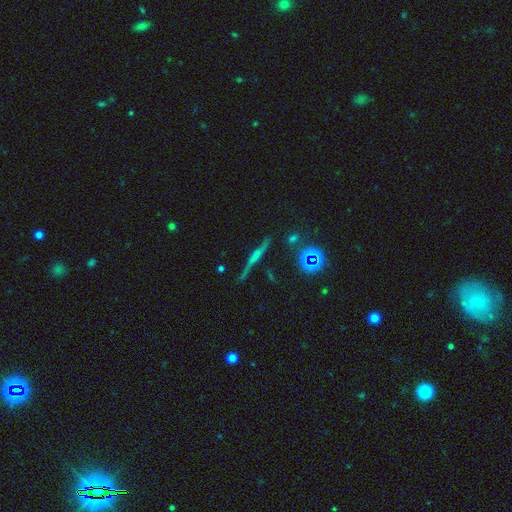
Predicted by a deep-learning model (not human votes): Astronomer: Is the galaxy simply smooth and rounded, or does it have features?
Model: featured or disk — 61%.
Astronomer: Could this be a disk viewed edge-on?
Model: yes — 93%.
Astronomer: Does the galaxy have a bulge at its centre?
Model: rounded — 51% (runner-up: none, 29%).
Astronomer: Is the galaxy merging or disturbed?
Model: none — 81%.